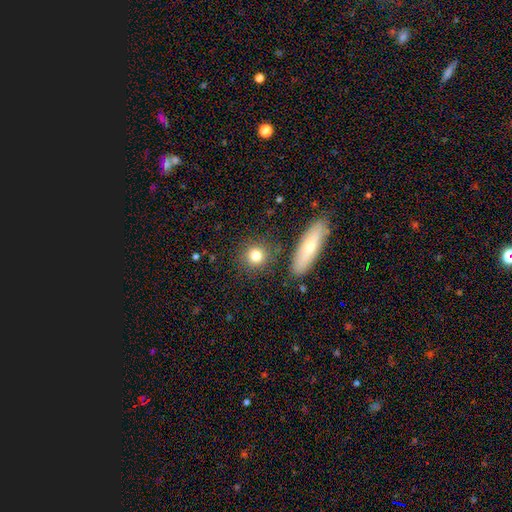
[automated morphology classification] Q: Smooth or featured?
A: smooth (79%); runner-up: featured or disk (11%)
Q: How rounded?
A: round (83%); runner-up: in between (14%)
Q: Merging?
A: none (84%); runner-up: minor disturbance (8%)